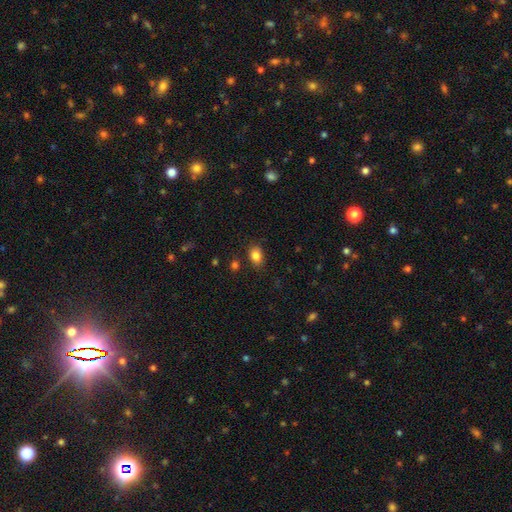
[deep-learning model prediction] This is clearly a smooth galaxy (83%). How rounded: likely in between (74%). Merging: clearly none (82%).